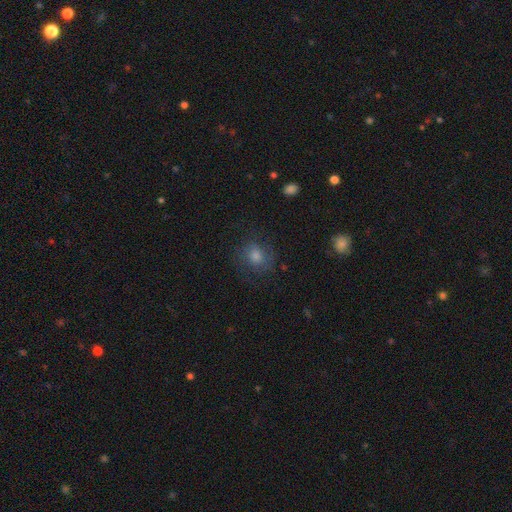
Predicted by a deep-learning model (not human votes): smooth-or-featured: smooth: 52% | featured or disk: 30% | star or artifact: 18%
  how-rounded: round: 75% | in between: 24% | cigar-shaped: 1%
  merging: none: 73% | minor disturbance: 16% | major disturbance: 10% | merger: 1%